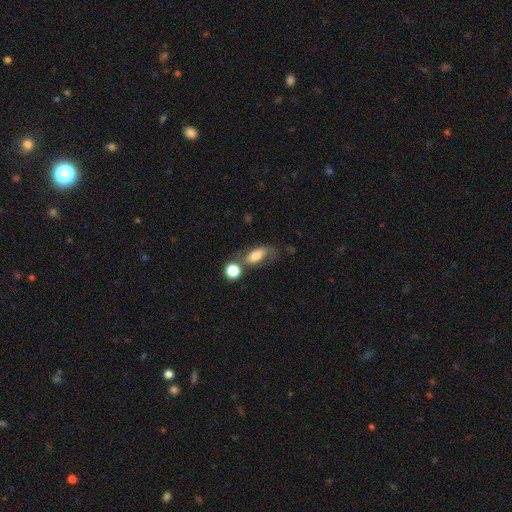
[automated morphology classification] This is likely a smooth galaxy (62%). How rounded: clearly in between (81%). Merging: marginally none (42%).